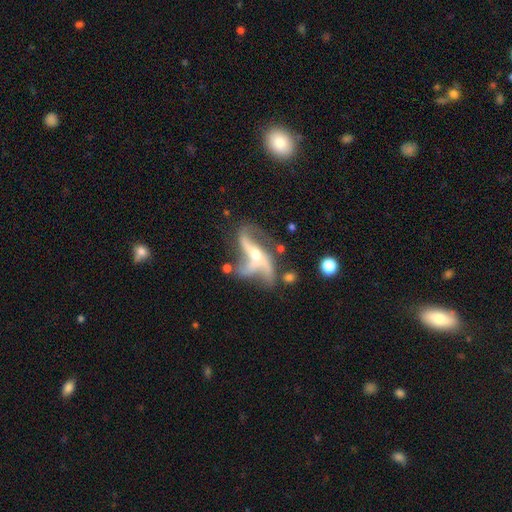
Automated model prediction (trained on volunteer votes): Smooth or featured? featured or disk (81%)
Edge-on disk? no (91%)
Bar? no (51%)
Spiral arms? yes (87%)
Spiral winding? loose (76%)
Spiral arm count? 3 (34%)
Bulge size? small (50%)
Merging? none (41%)